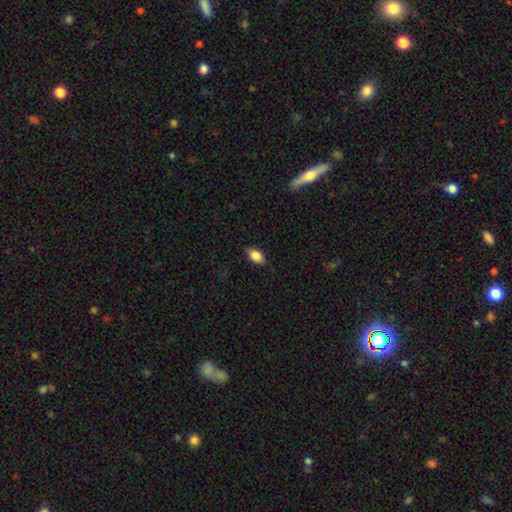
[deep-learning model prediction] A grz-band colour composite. It shows a smooth galaxy with no disk features (87%) that is in between round and cigar-shaped (89%). Merging: none (83%).